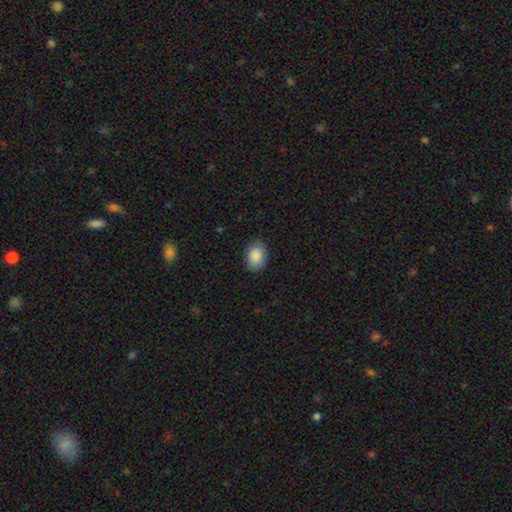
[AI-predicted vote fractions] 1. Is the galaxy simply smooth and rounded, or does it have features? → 89% smooth, 7% star or artifact, 4% featured or disk.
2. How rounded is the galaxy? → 70% in between, 29% round, 1% cigar-shaped.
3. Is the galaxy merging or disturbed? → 81% none, 14% minor disturbance, 3% major disturbance, 1% merger.